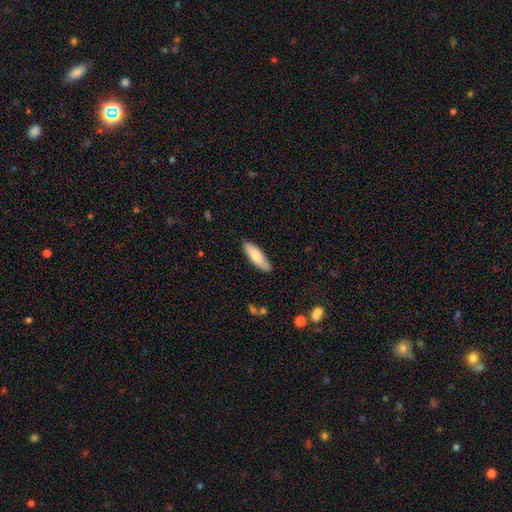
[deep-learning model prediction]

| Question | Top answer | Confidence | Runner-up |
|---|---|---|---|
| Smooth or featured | smooth | 76% | featured or disk (19%) |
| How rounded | in between | 51% | cigar-shaped (47%) |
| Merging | none | 85% | minor disturbance (12%) |